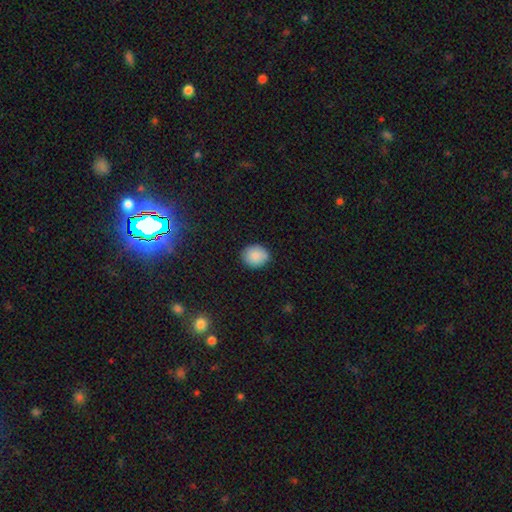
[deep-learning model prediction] This appears to be a smooth galaxy with no disk features (88%) that is round (67%). Merging: none (85%).